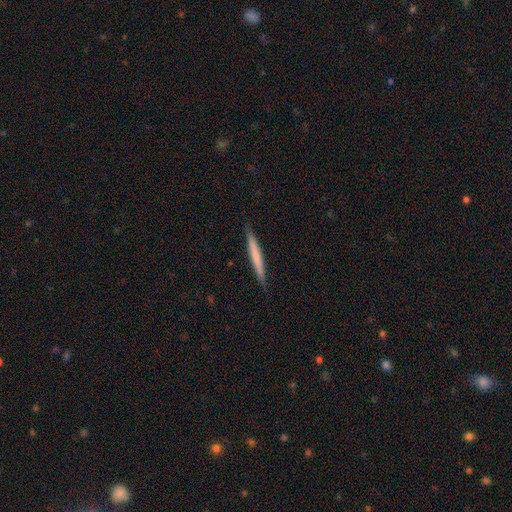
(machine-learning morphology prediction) The model was most divided on "smooth or featured": smooth: 58%, featured or disk: 37%, star or artifact: 5%. More confident: how rounded — cigar-shaped (97%); merging — none (89%).